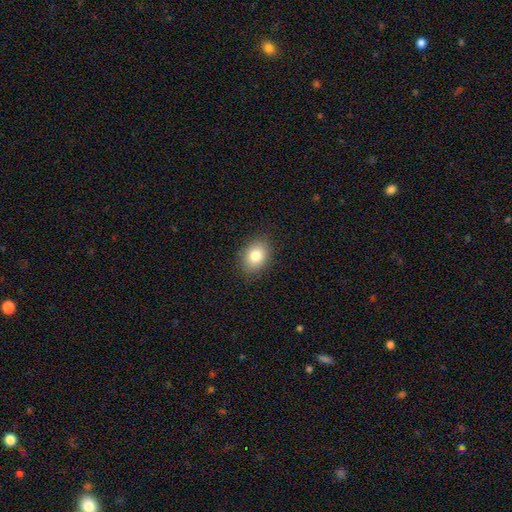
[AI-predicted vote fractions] smooth-or-featured: smooth: 81% | star or artifact: 9% | featured or disk: 9%
  how-rounded: in between: 69% | round: 30% | cigar-shaped: 1%
  merging: none: 87% | minor disturbance: 10% | major disturbance: 2% | merger: 1%